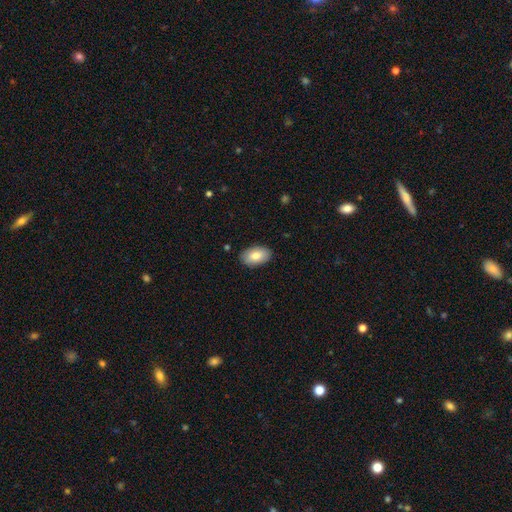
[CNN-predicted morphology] Smooth or featured? Predicted: smooth (p=0.80). How rounded? Predicted: in between (p=0.94). Merging? Predicted: none (p=0.87).